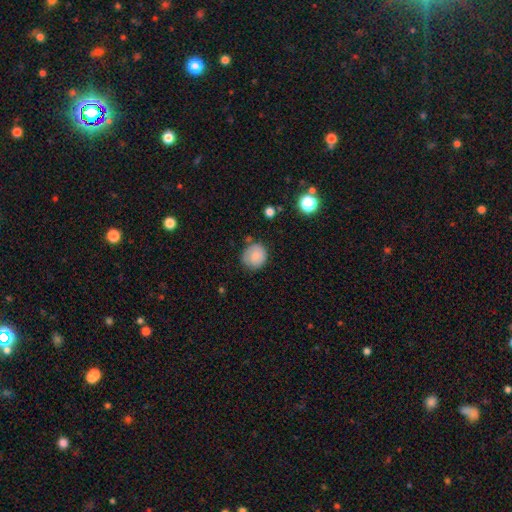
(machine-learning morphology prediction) This appears to be a smooth galaxy with no disk features (80%) that is round (84%). Merging: none (73%).